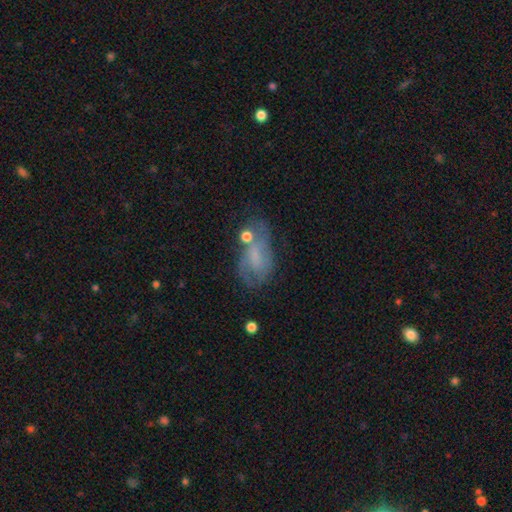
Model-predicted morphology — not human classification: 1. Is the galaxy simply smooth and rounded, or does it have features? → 48% featured or disk, 40% smooth, 11% star or artifact.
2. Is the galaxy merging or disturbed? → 41% none, 25% minor disturbance, 22% major disturbance, 12% merger.